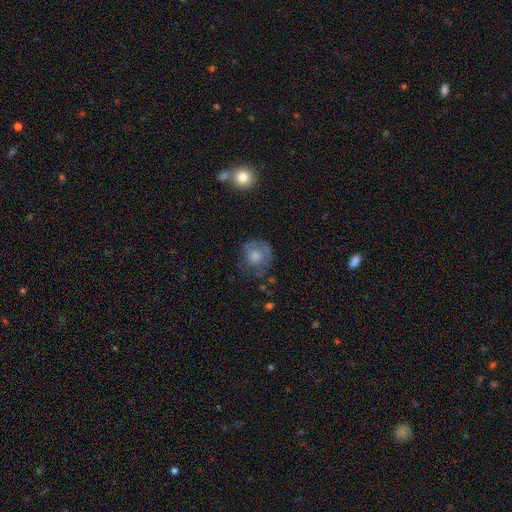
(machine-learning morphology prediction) Smooth or featured? Predicted: smooth (p=0.62). How rounded? Predicted: round (p=0.81). Merging? Predicted: none (p=0.57).